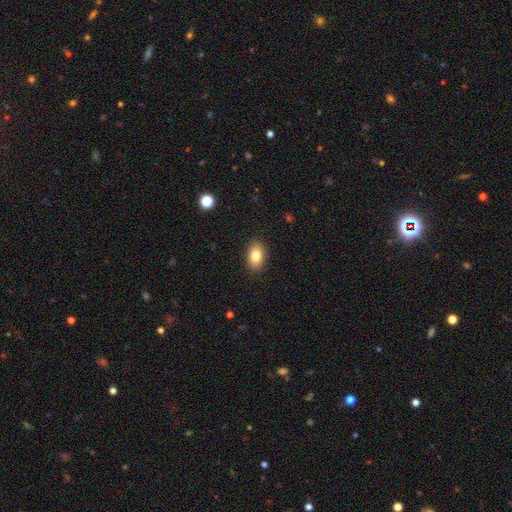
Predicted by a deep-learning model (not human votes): A smooth galaxy with no disk features (82%) that is in between round and cigar-shaped (87%).

Vote fractions:
- Smooth or featured? smooth: 82% / featured or disk: 9% / star or artifact: 9%
- How rounded? in between: 87% / round: 12% / cigar-shaped: 2%
- Merging? none: 88% / minor disturbance: 8% / major disturbance: 2% / merger: 1%